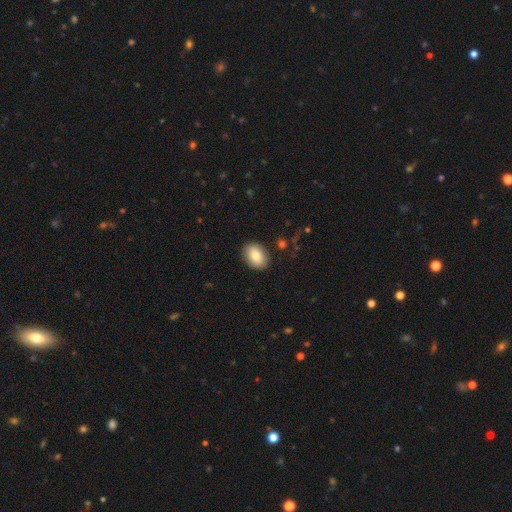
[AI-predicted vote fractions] This is clearly a smooth galaxy (80%). How rounded: likely in between (74%). Merging: clearly none (88%).